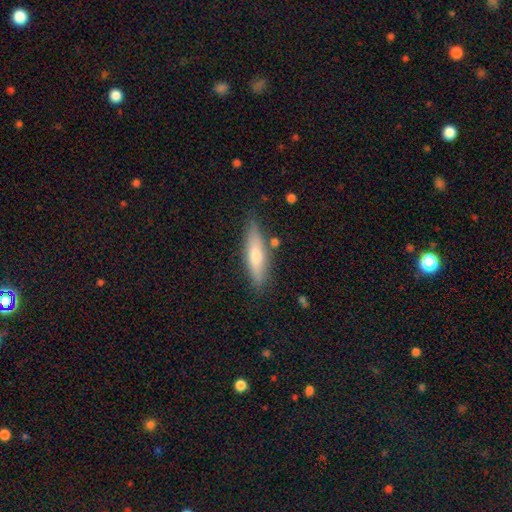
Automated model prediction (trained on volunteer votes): A smooth galaxy with no disk features (60%) that is cigar-shaped (68%). Merging: none (82%).